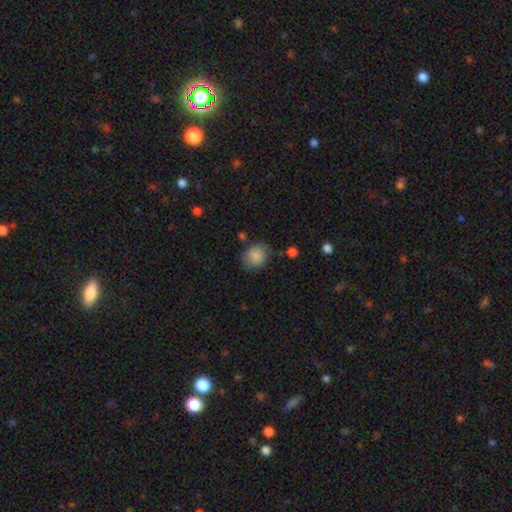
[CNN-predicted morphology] smooth-or-featured: smooth: 87% | star or artifact: 8% | featured or disk: 5%
  how-rounded: round: 62% | in between: 37% | cigar-shaped: 1%
  merging: none: 72% | minor disturbance: 19% | major disturbance: 5% | merger: 3%